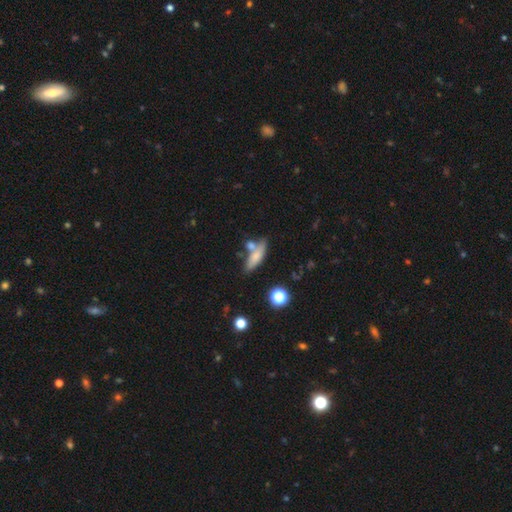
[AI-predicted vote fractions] Smooth or featured: smooth — 71% (featured or disk — 20%)
How rounded: cigar-shaped — 49% (in between — 46%)
Merging: none — 53% (merger — 25%)